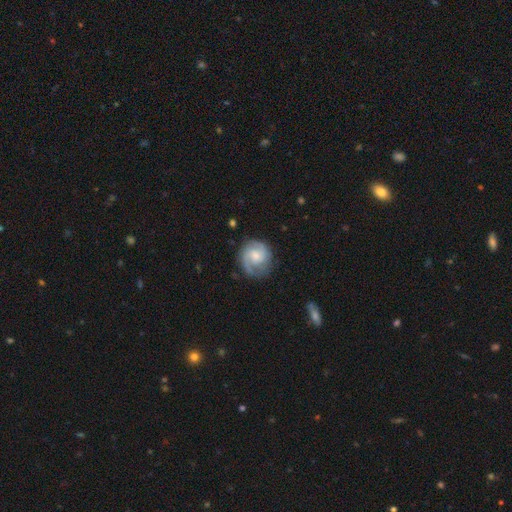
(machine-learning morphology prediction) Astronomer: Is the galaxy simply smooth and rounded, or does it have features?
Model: featured or disk — 80%.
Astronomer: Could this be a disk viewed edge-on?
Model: no — 98%.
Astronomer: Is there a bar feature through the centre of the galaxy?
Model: no — 56% (runner-up: weak, 38%).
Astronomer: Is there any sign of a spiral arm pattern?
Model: yes — 96%.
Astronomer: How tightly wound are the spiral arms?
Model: tight — 44%, tied with medium at 44%.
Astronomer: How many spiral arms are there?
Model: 2 — 76%.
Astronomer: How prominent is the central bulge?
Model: small — 43% (runner-up: moderate, 41%).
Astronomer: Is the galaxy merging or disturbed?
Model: none — 78%.